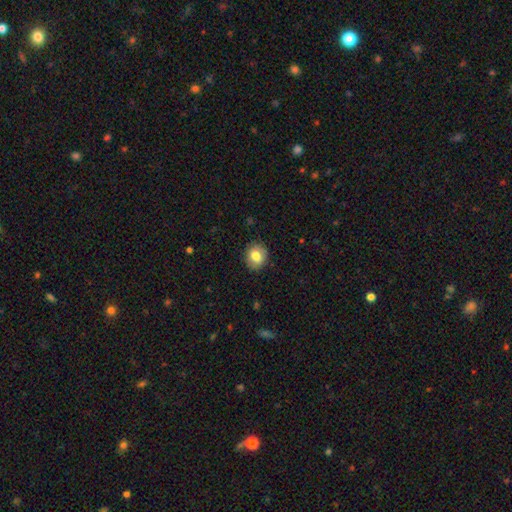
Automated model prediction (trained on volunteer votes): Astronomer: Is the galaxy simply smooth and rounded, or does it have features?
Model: smooth — 80%.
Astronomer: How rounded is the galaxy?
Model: round — 74%.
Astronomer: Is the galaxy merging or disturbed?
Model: none — 89%.